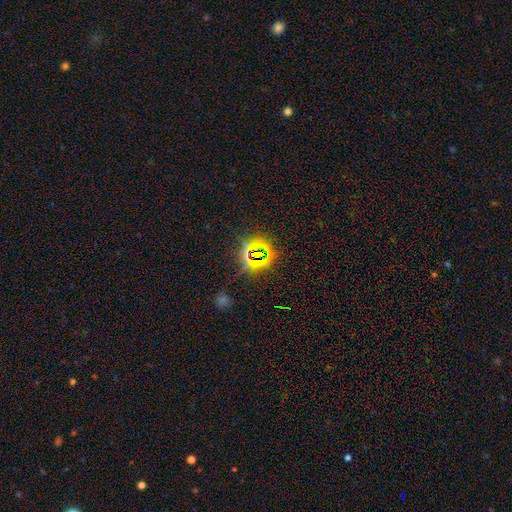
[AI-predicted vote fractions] A star or artifact, not a galaxy (77%).

Vote fractions:
- Smooth or featured? star or artifact: 77% / smooth: 14% / featured or disk: 9%